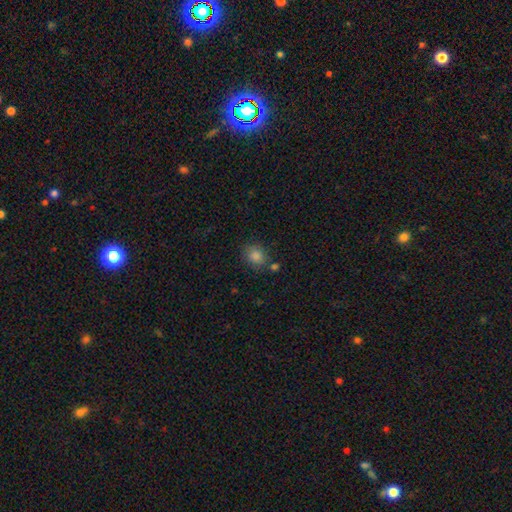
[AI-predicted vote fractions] Q: Smooth or featured?
A: smooth (82%); runner-up: star or artifact (13%)
Q: How rounded?
A: round (65%); runner-up: in between (34%)
Q: Merging?
A: none (76%); runner-up: minor disturbance (12%)